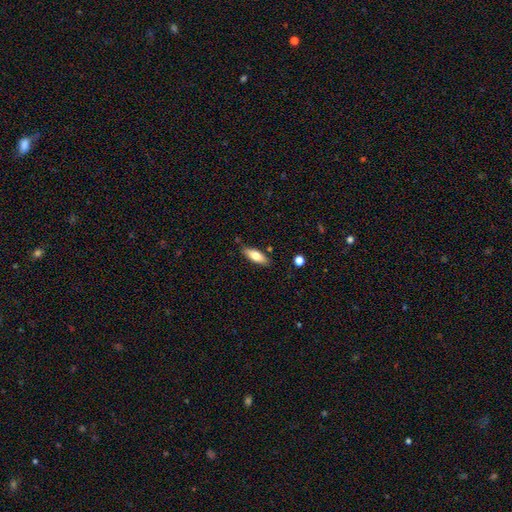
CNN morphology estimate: A smooth galaxy with no disk features (70%) that is in between round and cigar-shaped (66%).

Vote fractions:
- Smooth or featured? smooth: 70% / featured or disk: 23% / star or artifact: 6%
- How rounded? in between: 66% / cigar-shaped: 32% / round: 2%
- Merging? none: 82% / minor disturbance: 13% / merger: 3% / major disturbance: 2%